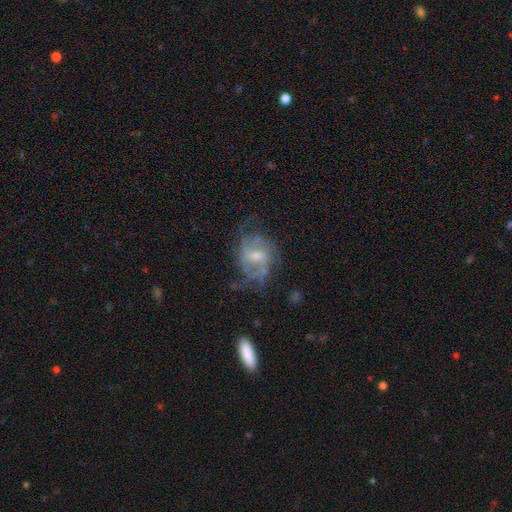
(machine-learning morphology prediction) type=featured or disk (78%); edge-on=no (97%); bar=weak (52%); spiral arms=yes (88%); winding=medium (46%); arm count=2 (43%); bulge=moderate (52%); merging=none (54%).